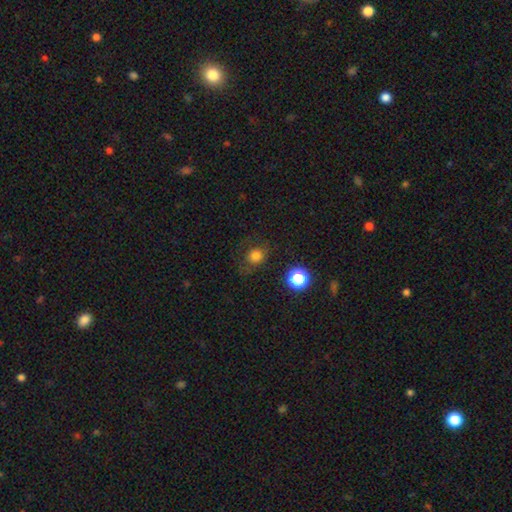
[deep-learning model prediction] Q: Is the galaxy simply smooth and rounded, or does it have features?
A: smooth — 76%.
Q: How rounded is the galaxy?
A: round — 75%.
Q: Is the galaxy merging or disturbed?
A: none — 68%.